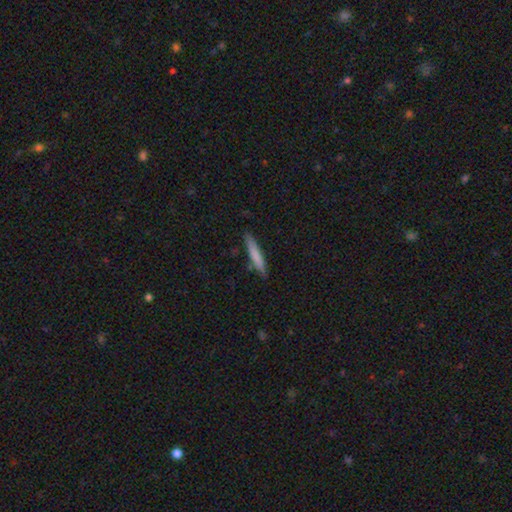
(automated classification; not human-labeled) Smooth or featured: smooth — 76% (featured or disk — 18%)
How rounded: cigar-shaped — 94% (in between — 5%)
Merging: none — 84% (minor disturbance — 12%)